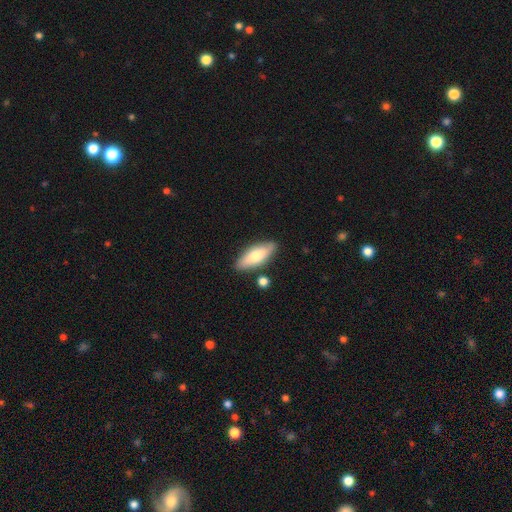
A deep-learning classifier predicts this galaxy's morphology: smooth-or-featured: smooth: 66% | featured or disk: 28% | star or artifact: 6%
  how-rounded: in between: 71% | cigar-shaped: 26% | round: 2%
  merging: none: 81% | minor disturbance: 12% | merger: 5% | major disturbance: 2%